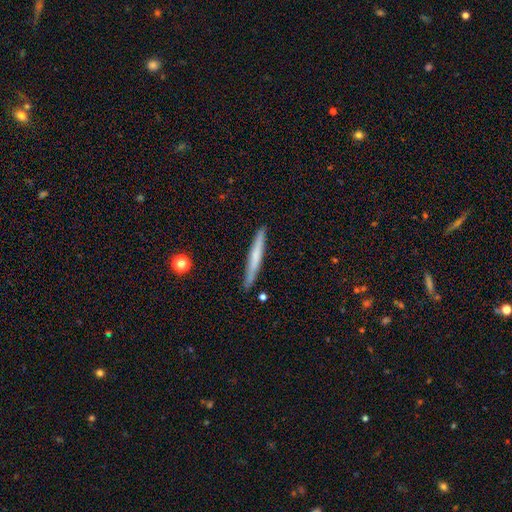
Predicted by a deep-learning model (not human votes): Smooth or featured: smooth — 57% (featured or disk — 37%)
How rounded: cigar-shaped — 97% (in between — 2%)
Merging: none — 89% (minor disturbance — 8%)